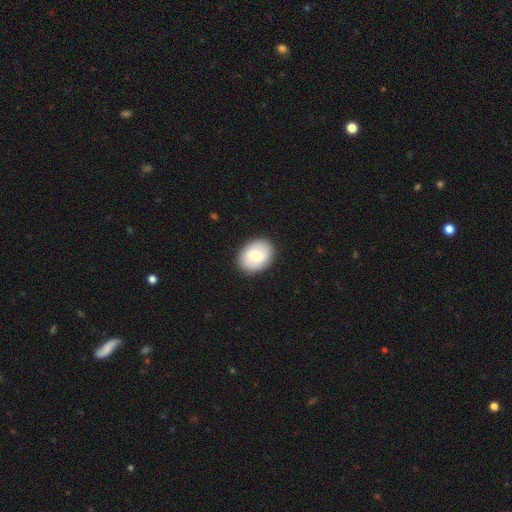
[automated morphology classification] Q: Smooth or featured?
A: smooth (64%); runner-up: featured or disk (29%)
Q: How rounded?
A: in between (64%); runner-up: round (35%)
Q: Merging?
A: none (89%); runner-up: minor disturbance (8%)